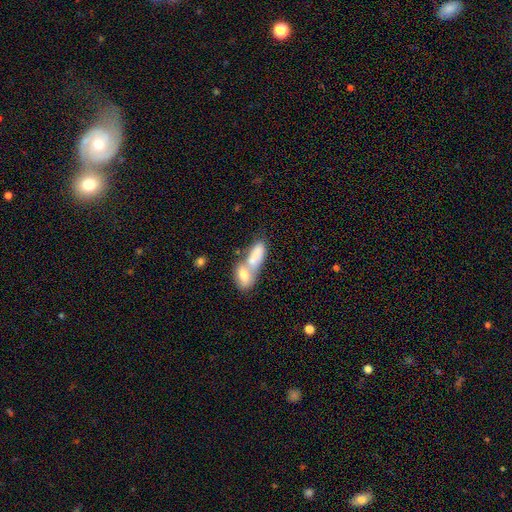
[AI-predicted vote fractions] Q: Smooth or featured?
A: smooth (75%); runner-up: featured or disk (18%)
Q: How rounded?
A: in between (79%); runner-up: cigar-shaped (16%)
Q: Merging?
A: merger (72%); runner-up: none (16%)